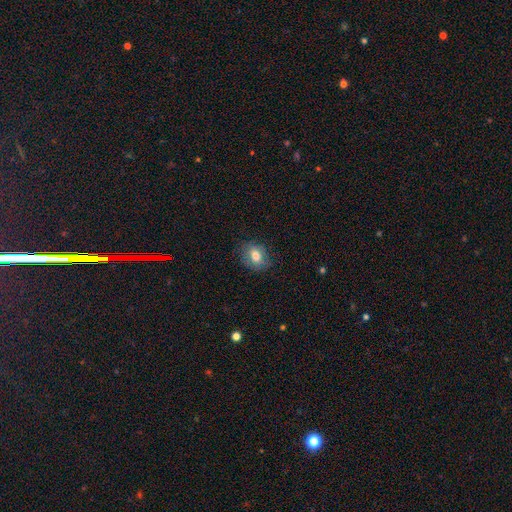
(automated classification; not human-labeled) smooth_or_featured: smooth (p=0.75) [alt: featured or disk p=0.16]
how_rounded: in between (p=0.63) [alt: round p=0.35]
merging: none (p=0.76) [alt: minor disturbance p=0.17]